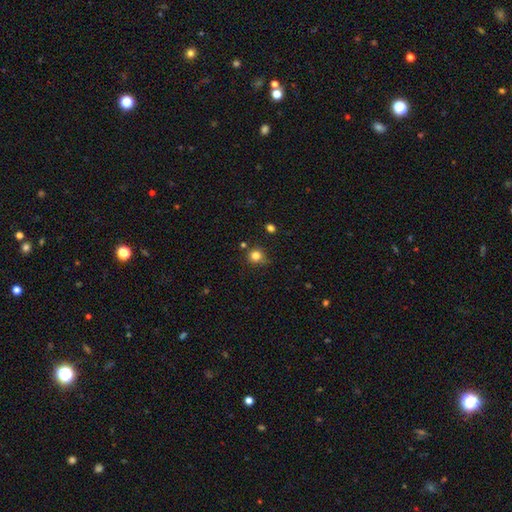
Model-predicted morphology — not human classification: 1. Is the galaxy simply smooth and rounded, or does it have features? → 81% smooth, 14% star or artifact, 5% featured or disk.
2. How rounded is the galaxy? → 92% round, 7% in between, 1% cigar-shaped.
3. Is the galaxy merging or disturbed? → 78% none, 14% minor disturbance, 5% merger, 3% major disturbance.